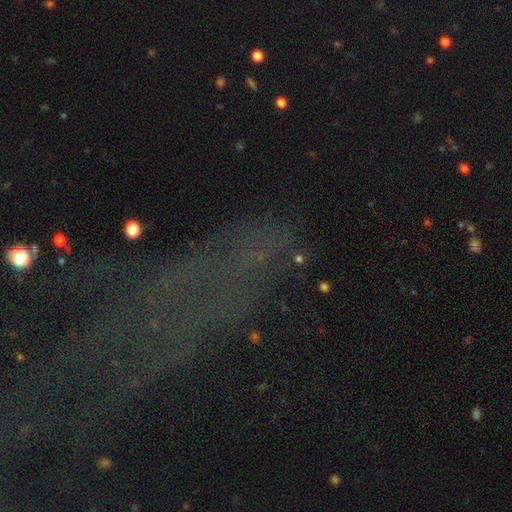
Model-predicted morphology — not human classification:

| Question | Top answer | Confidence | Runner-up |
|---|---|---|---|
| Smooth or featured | star or artifact | 64% | featured or disk (20%) |